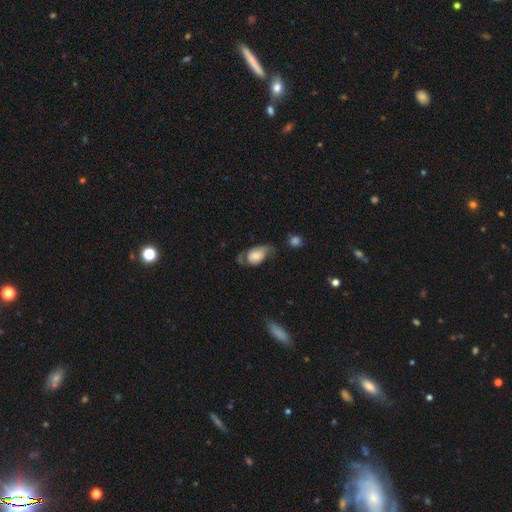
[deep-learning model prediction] Q: Smooth or featured?
A: smooth (52%); runner-up: featured or disk (41%)
Q: How rounded?
A: in between (87%); runner-up: round (11%)
Q: Merging?
A: none (37%); runner-up: minor disturbance (30%)